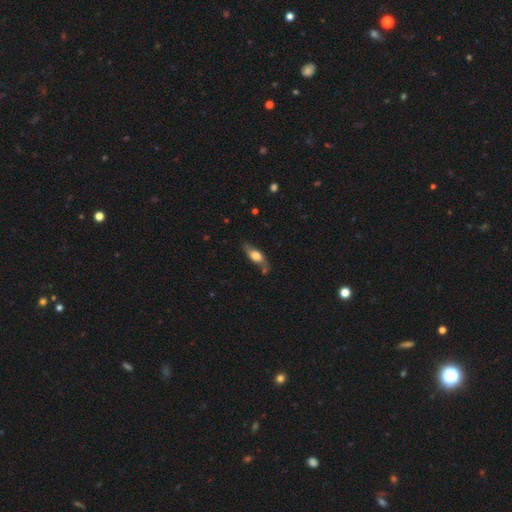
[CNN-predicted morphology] smooth_or_featured: smooth (p=0.57) [alt: featured or disk p=0.36]
how_rounded: in between (p=0.67) [alt: cigar-shaped p=0.27]
merging: none (p=0.63) [alt: minor disturbance p=0.23]